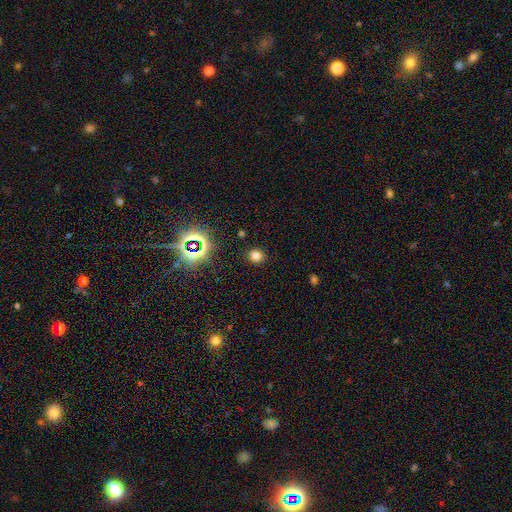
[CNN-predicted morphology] Overall: smooth (73%). How rounded: round (76%). Merging: none (89%).